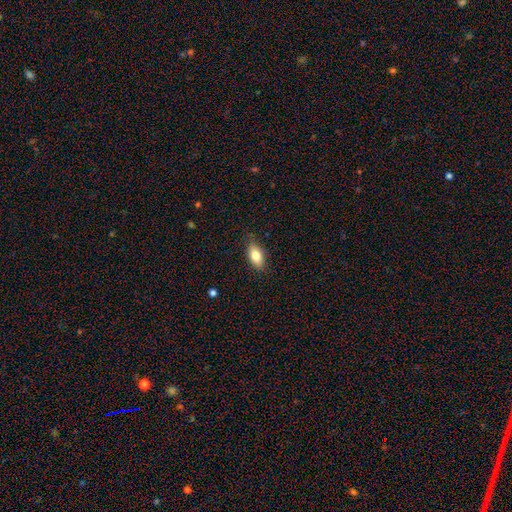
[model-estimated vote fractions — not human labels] smooth 77%, featured or disk 16%, star or artifact 8%. Down the decision tree: how rounded — in between (86%); merging — none (82%).